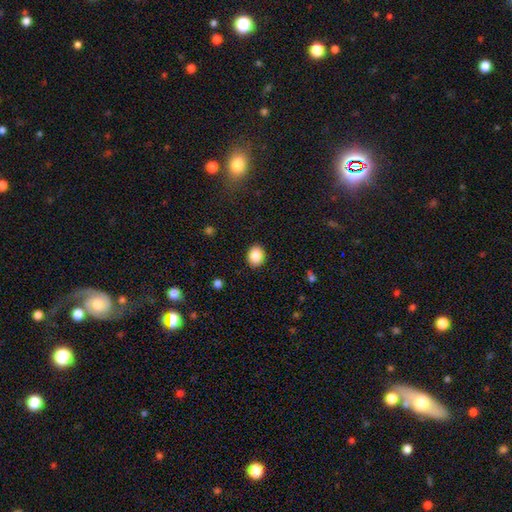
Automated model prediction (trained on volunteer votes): This appears to be a smooth galaxy with no disk features (88%) that is round (58%). Merging: none (90%).